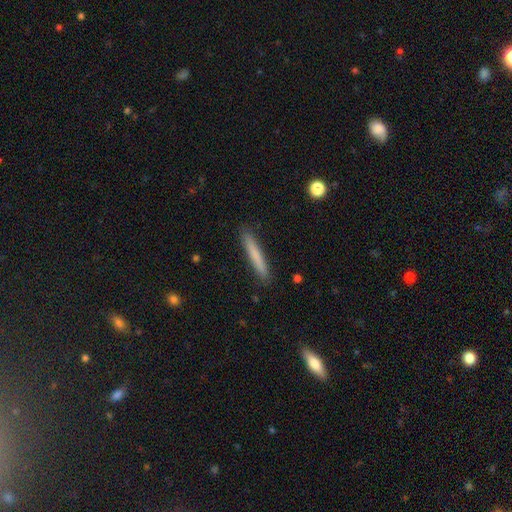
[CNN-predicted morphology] The model was most divided on "smooth or featured": smooth: 76%, featured or disk: 18%, star or artifact: 6%. More confident: how rounded — cigar-shaped (96%); merging — none (90%).